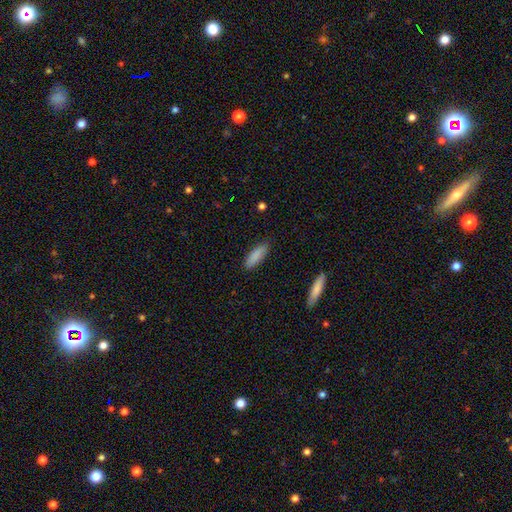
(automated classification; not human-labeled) Smooth or featured? Predicted: smooth (p=0.87). How rounded? Predicted: in between (p=0.54). Merging? Predicted: none (p=0.86).